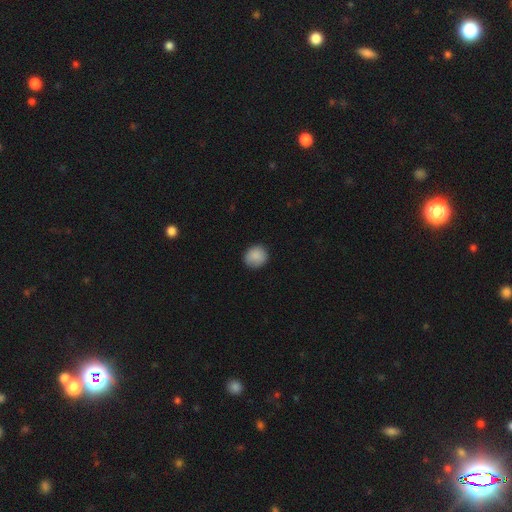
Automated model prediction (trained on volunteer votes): smooth_or_featured: smooth (p=0.88) [alt: star or artifact p=0.08]
how_rounded: round (p=0.85) [alt: in between p=0.15]
merging: none (p=0.85) [alt: minor disturbance p=0.12]